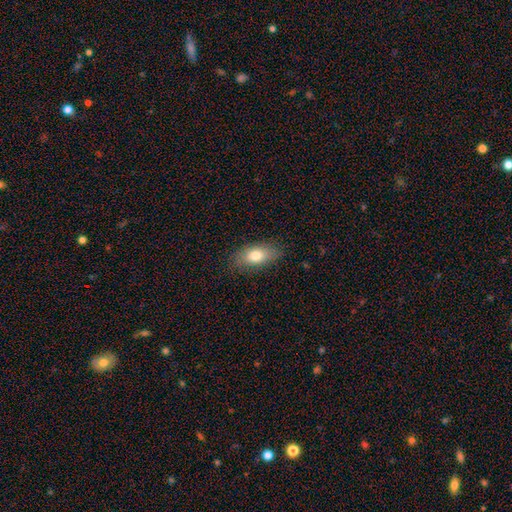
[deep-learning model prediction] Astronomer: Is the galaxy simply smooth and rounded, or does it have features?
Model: smooth — 78%.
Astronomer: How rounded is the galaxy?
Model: in between — 87%.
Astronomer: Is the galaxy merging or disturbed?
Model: none — 82%.